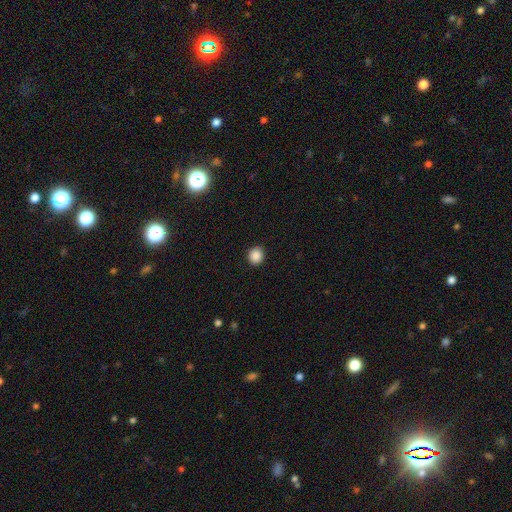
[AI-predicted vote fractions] A smooth galaxy with no disk features (88%) that is round (91%). Merging: none (92%).